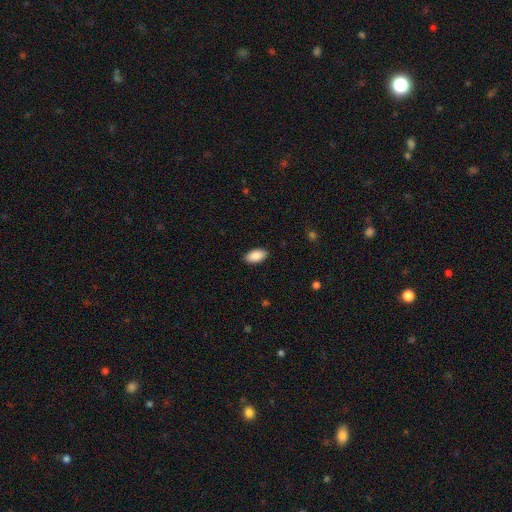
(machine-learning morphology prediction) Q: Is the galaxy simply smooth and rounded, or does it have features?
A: smooth — 89%.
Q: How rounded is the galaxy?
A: in between — 95%.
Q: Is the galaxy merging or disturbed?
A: none — 89%.